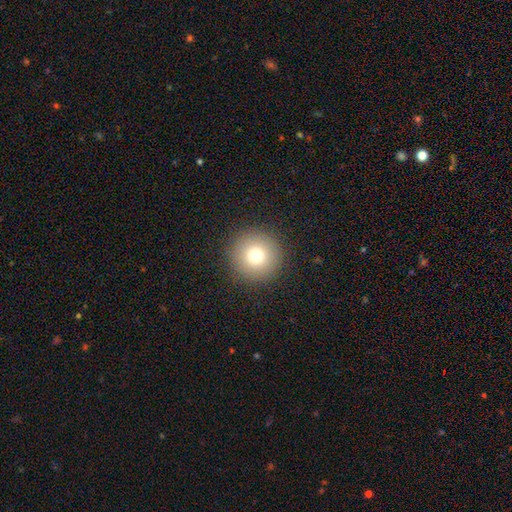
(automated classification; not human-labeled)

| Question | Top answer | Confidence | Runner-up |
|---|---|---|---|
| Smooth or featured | smooth | 76% | star or artifact (13%) |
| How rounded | round | 97% | in between (2%) |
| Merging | none | 92% | minor disturbance (5%) |